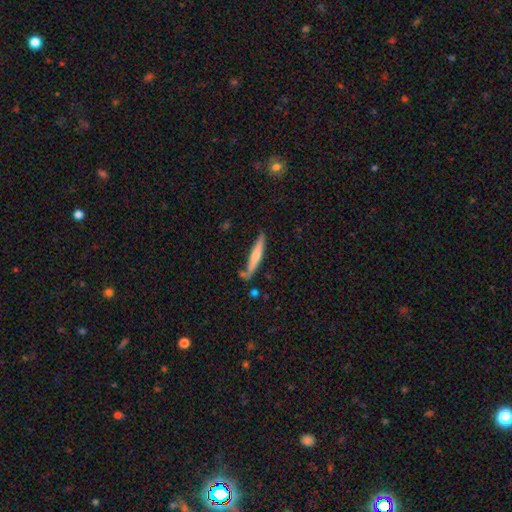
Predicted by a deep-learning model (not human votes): smooth 55%, featured or disk 40%, star or artifact 6%. Down the decision tree: how rounded — cigar-shaped (93%); merging — none (75%).